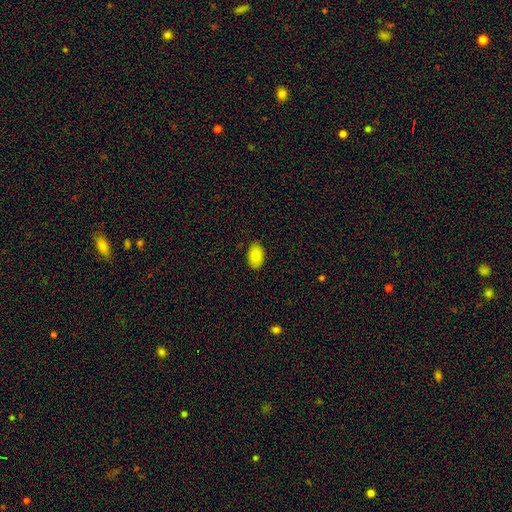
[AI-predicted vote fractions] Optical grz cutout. It shows a smooth galaxy with no disk features (86%) that is in between round and cigar-shaped (92%). Merging: none (86%).